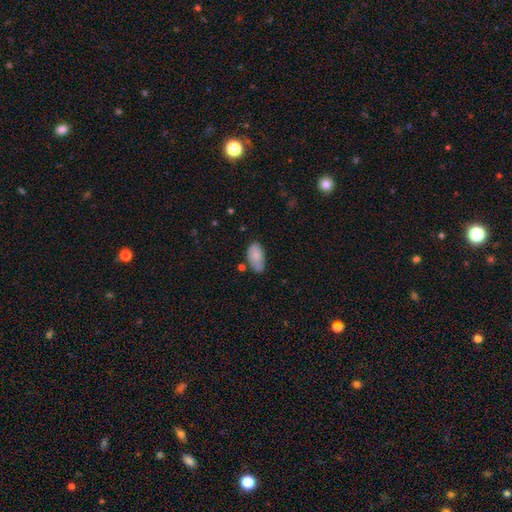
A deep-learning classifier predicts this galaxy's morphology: A smooth galaxy with no disk features (82%) that is in between round and cigar-shaped (94%). Merging: none (65%).